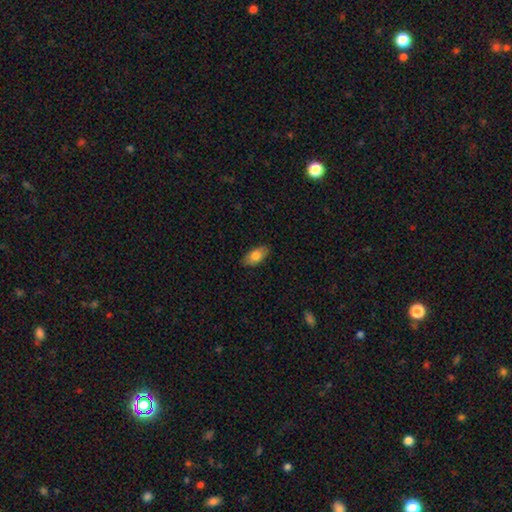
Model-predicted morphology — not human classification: Q: Smooth or featured?
A: smooth (79%); runner-up: featured or disk (14%)
Q: How rounded?
A: in between (92%); runner-up: cigar-shaped (4%)
Q: Merging?
A: none (87%); runner-up: minor disturbance (10%)